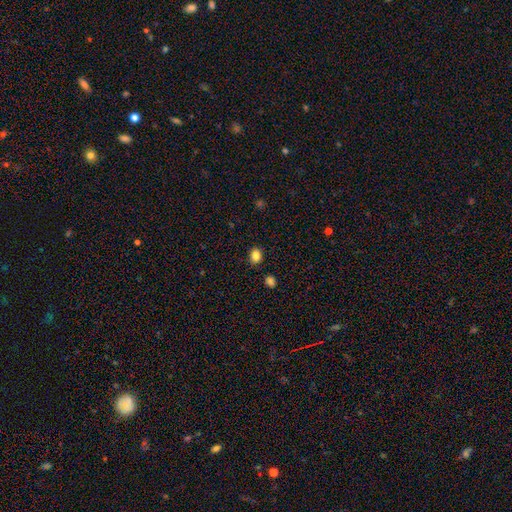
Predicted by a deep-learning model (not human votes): A smooth galaxy with no disk features (85%) that is in between round and cigar-shaped (59%). Merging: none (87%).